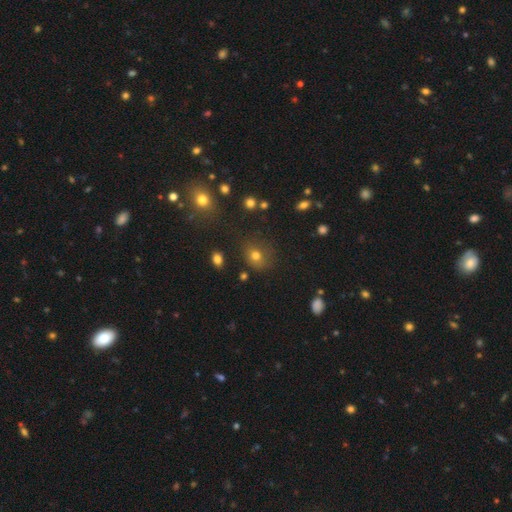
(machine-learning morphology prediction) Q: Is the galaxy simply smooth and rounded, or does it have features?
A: smooth — 73%.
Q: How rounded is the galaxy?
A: round — 68%.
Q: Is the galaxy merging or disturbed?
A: none — 69%.